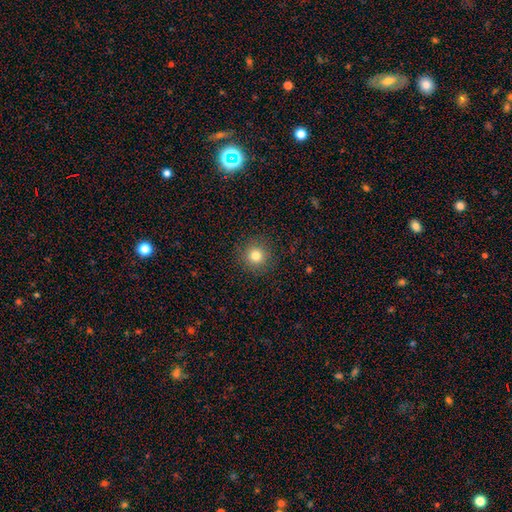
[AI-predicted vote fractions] This is clearly a smooth galaxy (80%). How rounded: clearly round (94%). Merging: clearly none (91%).